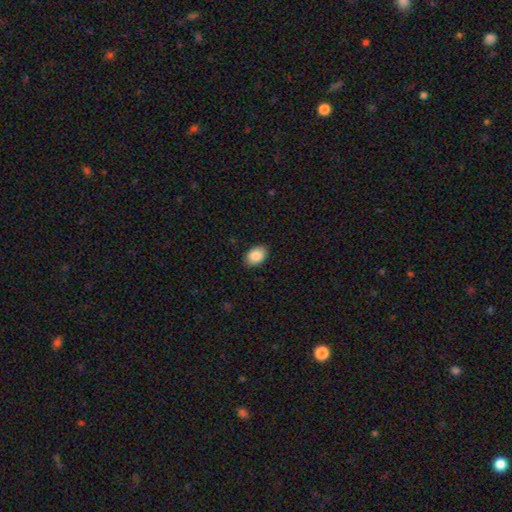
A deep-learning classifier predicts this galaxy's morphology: smooth-or-featured: smooth: 88% | star or artifact: 7% | featured or disk: 5%
  how-rounded: in between: 80% | round: 19% | cigar-shaped: 1%
  merging: none: 88% | minor disturbance: 9% | major disturbance: 2% | merger: 1%